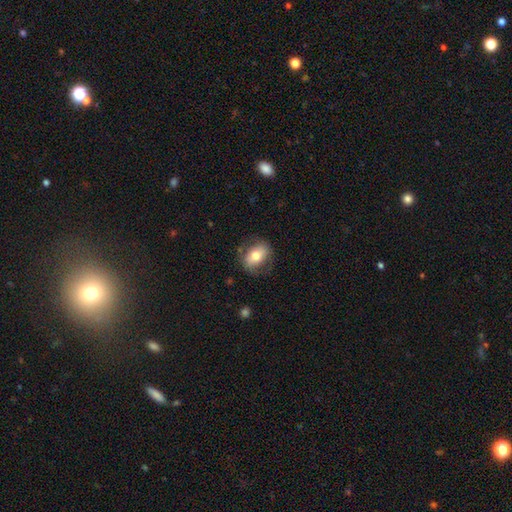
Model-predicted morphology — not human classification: smooth 67%, featured or disk 27%, star or artifact 7%. Down the decision tree: how rounded — in between (77%); merging — none (73%).